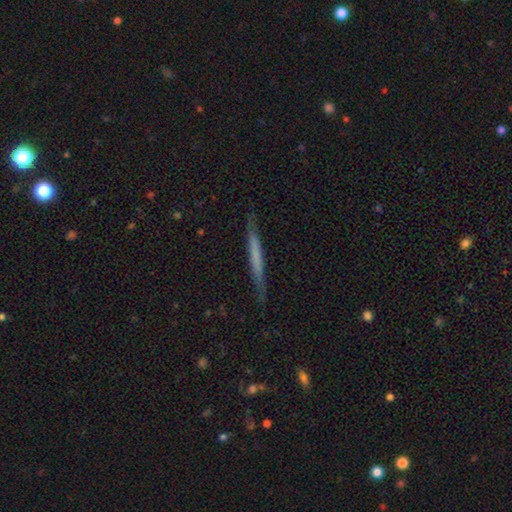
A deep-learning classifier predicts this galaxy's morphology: Smooth or featured?
  - smooth: 50% *
  - featured or disk: 44%
  - star or artifact: 6%
How rounded?
  - cigar-shaped: 96% *
  - in between: 2%
  - round: 1%
Merging?
  - none: 86% *
  - minor disturbance: 10%
  - major disturbance: 2%
  - merger: 1%